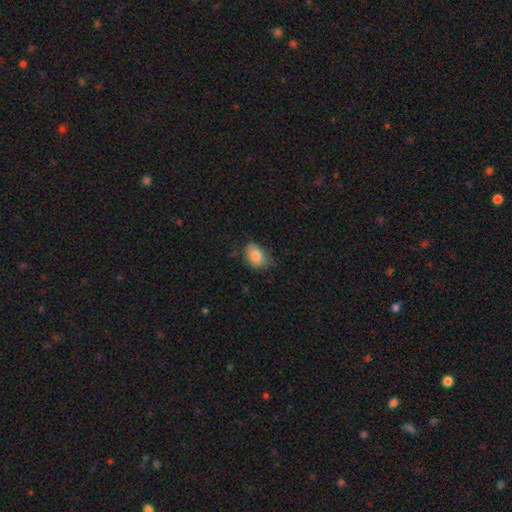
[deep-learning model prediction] The model was most divided on "merging": none: 58%, minor disturbance: 32%, major disturbance: 8%, merger: 2%. More confident: smooth or featured — smooth (85%); how rounded — in between (82%).